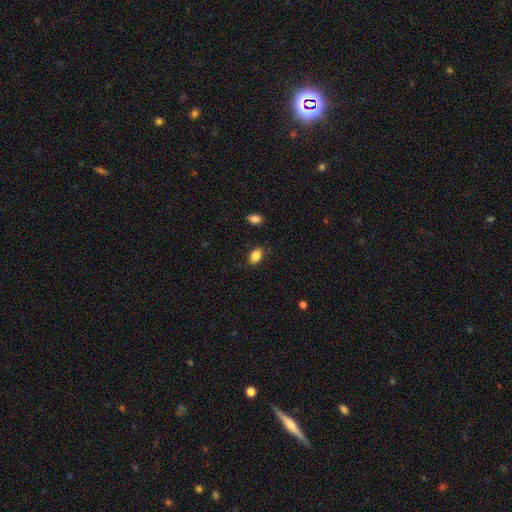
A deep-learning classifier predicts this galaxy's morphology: smooth_or_featured: smooth (p=0.87) [alt: star or artifact p=0.09]
how_rounded: in between (p=0.84) [alt: round p=0.14]
merging: none (p=0.84) [alt: minor disturbance p=0.11]